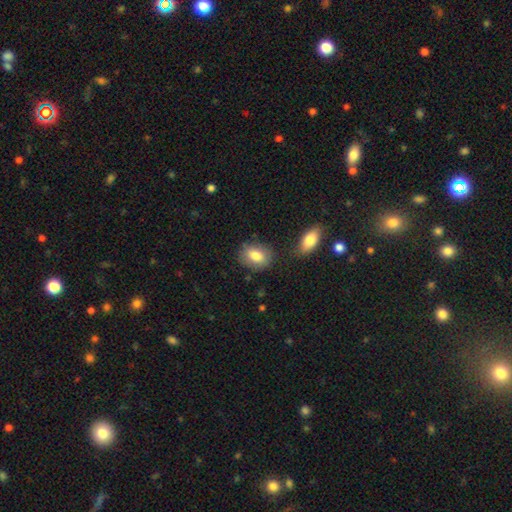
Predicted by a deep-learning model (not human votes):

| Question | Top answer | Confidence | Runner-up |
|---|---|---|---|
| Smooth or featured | smooth | 81% | featured or disk (11%) |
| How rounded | in between | 70% | round (29%) |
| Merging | none | 76% | minor disturbance (14%) |